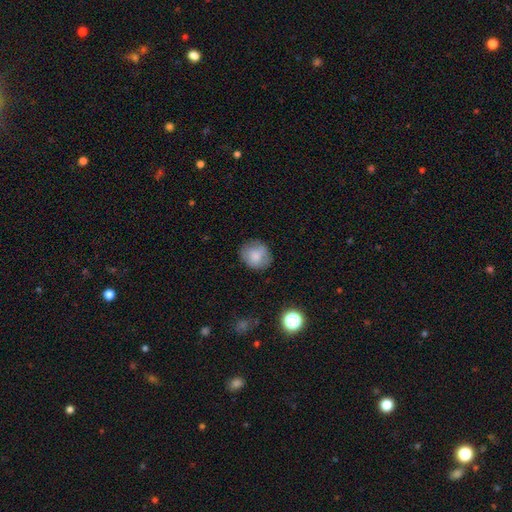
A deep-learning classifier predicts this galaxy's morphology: The model was most divided on "how rounded": round: 77%, in between: 22%, cigar-shaped: 1%. More confident: smooth or featured — smooth (77%); merging — none (76%).